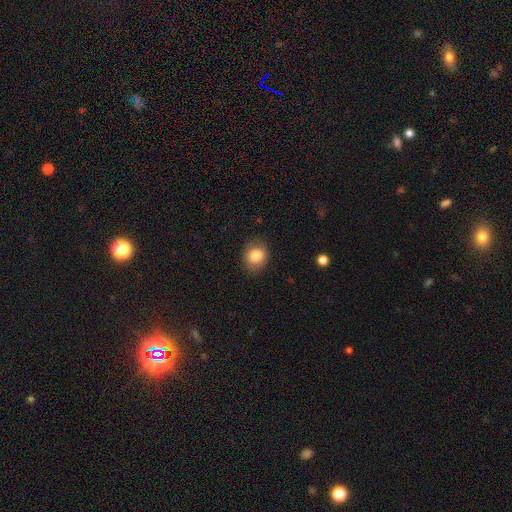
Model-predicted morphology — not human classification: Smooth or featured? smooth (84%)
How rounded? round (63%)
Merging? none (83%)